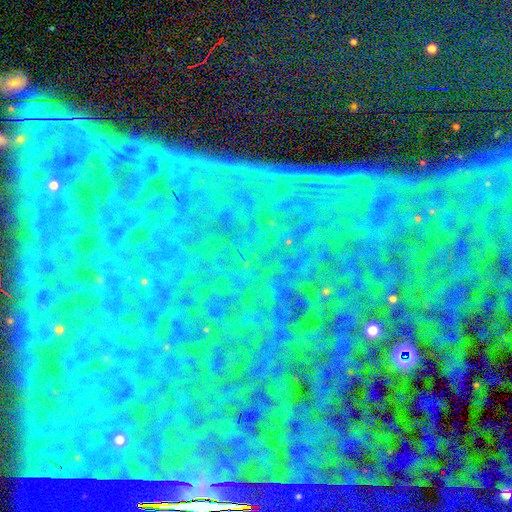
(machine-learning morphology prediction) The model was most divided on "smooth or featured": star or artifact: 85%, smooth: 8%, featured or disk: 7%.